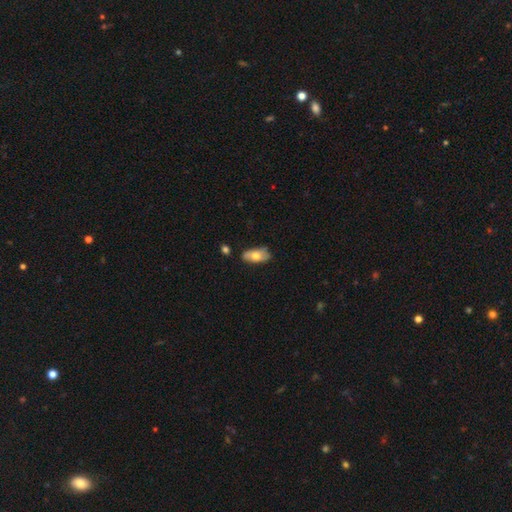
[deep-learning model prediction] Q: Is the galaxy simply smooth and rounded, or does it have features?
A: smooth — 62%.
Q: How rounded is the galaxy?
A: in between — 90%.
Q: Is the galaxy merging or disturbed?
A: none — 69%.